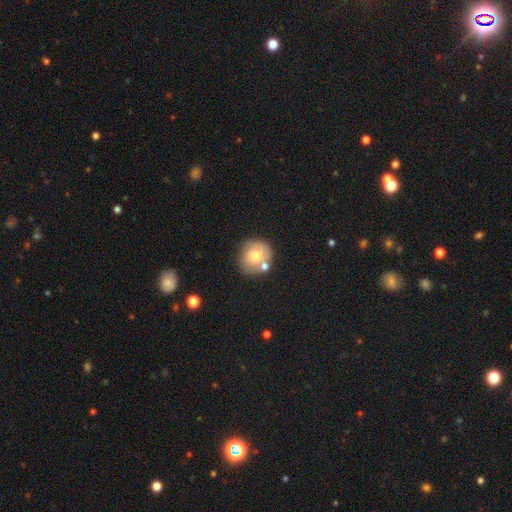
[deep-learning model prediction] Smooth or featured? smooth (70%)
How rounded? round (84%)
Merging? none (62%)